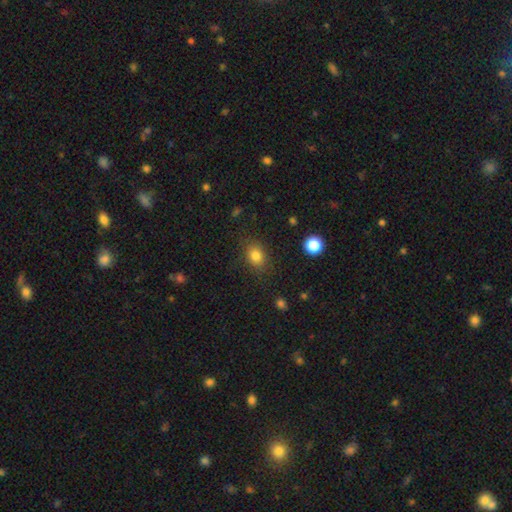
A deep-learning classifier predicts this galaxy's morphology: Smooth or featured? smooth (82%)
How rounded? in between (56%)
Merging? none (81%)